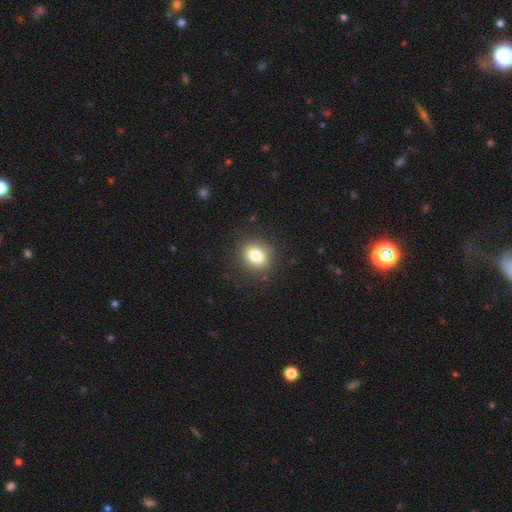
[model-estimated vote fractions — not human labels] Smooth or featured?
  - smooth: 81% *
  - star or artifact: 10%
  - featured or disk: 8%
How rounded?
  - round: 60% *
  - in between: 39%
  - cigar-shaped: 1%
Merging?
  - none: 85% *
  - minor disturbance: 11%
  - major disturbance: 4%
  - merger: 1%